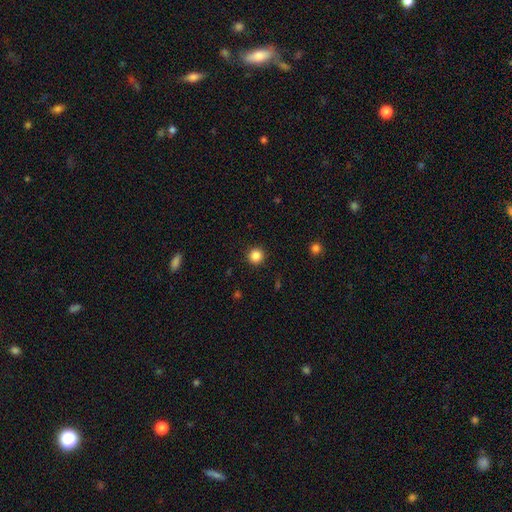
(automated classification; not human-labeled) Morphology: type=smooth (86%); roundness=round (95%); merging=none (92%).